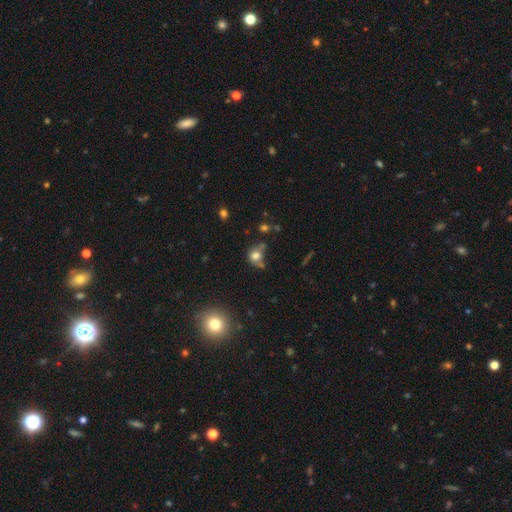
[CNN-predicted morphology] Q: Smooth or featured?
A: smooth (75%); runner-up: star or artifact (14%)
Q: How rounded?
A: round (66%); runner-up: in between (33%)
Q: Merging?
A: none (44%); runner-up: minor disturbance (24%)